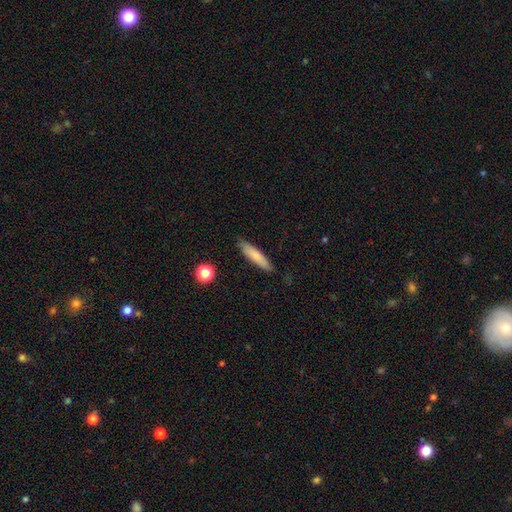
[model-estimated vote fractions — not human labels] smooth 76%, featured or disk 18%, star or artifact 7%. Down the decision tree: how rounded — cigar-shaped (80%); merging — none (83%).